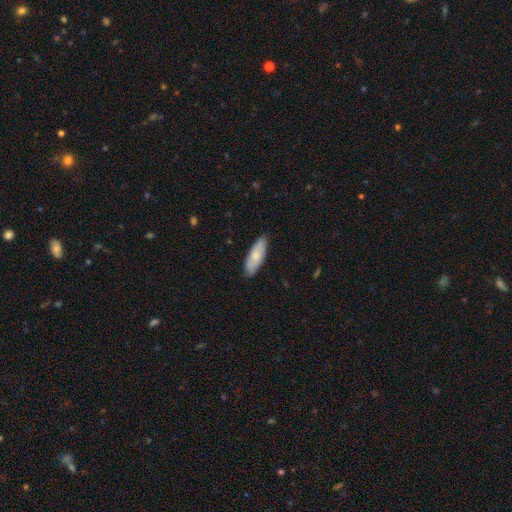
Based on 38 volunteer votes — smooth-or-featured: smooth: 76% | featured or disk: 21% | star or artifact: 3%
  how-rounded: in between: 66% | cigar-shaped: 34% | round: 0%
  merging: none: 84% | minor disturbance: 14% | major disturbance: 3% | merger: 0%